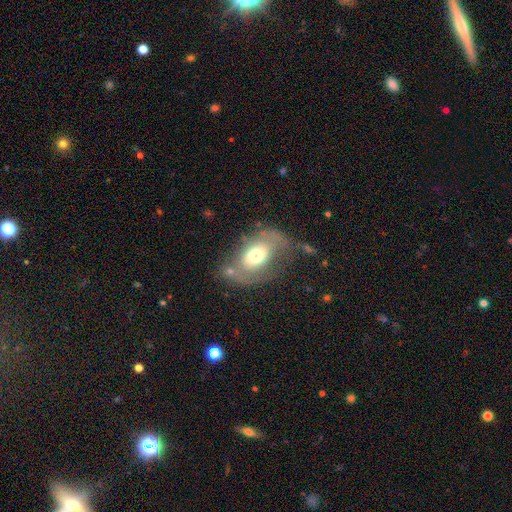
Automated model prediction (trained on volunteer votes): Overall: smooth (49%; featured or disk 43%). Merging: none (46%; minor disturbance 25%).